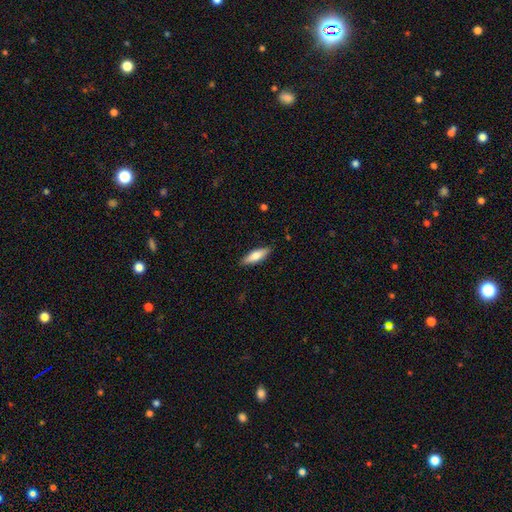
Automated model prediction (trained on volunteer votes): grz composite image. It shows a smooth galaxy with no disk features (67%) that is cigar-shaped (54%). Merging: none (87%).